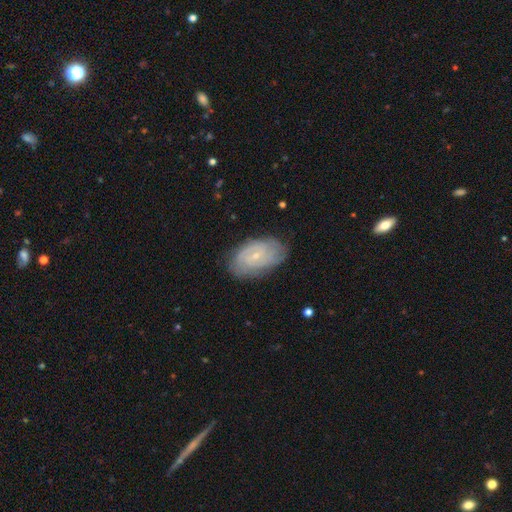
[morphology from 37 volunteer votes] Smooth or featured? 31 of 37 (84%) said featured or disk. Edge-on disk? 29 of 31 (94%) said no. Bar? 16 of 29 (55%) said weak. Spiral arms? 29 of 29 (100%) said yes. Spiral winding? 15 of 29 (52%) said medium. Spiral arm count? 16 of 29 (55%) said 2. Bulge size? 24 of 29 (83%) said small. Merging? 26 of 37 (70%) said none.